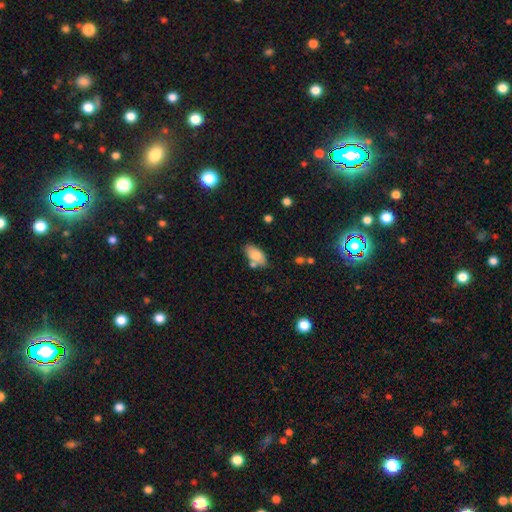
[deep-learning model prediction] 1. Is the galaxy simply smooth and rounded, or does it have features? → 74% smooth, 19% featured or disk, 8% star or artifact.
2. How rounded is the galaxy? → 93% in between, 4% round, 3% cigar-shaped.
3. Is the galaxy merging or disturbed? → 65% none, 16% minor disturbance, 15% merger, 4% major disturbance.